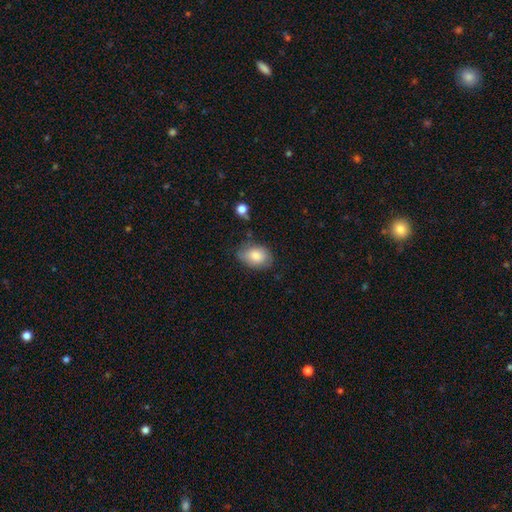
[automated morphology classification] Q: Smooth or featured?
A: smooth (82%); runner-up: featured or disk (12%)
Q: How rounded?
A: in between (83%); runner-up: round (16%)
Q: Merging?
A: none (66%); runner-up: minor disturbance (25%)